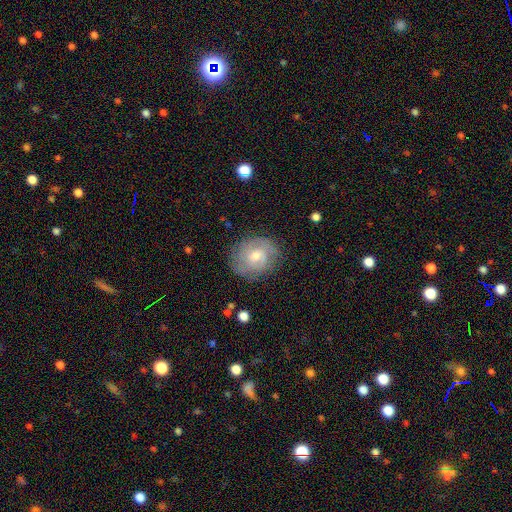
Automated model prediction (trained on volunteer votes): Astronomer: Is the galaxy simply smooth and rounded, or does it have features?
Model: featured or disk — 65%.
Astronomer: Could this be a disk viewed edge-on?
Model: no — 97%.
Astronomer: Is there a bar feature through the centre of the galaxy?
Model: no — 63%.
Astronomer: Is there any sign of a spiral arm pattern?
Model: yes — 86%.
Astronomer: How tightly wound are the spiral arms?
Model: tight — 64%.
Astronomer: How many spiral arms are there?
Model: can't tell — 39% (runner-up: 2, 37%).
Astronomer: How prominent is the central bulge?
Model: moderate — 54% (runner-up: small, 42%).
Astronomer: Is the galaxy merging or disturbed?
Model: none — 79%.